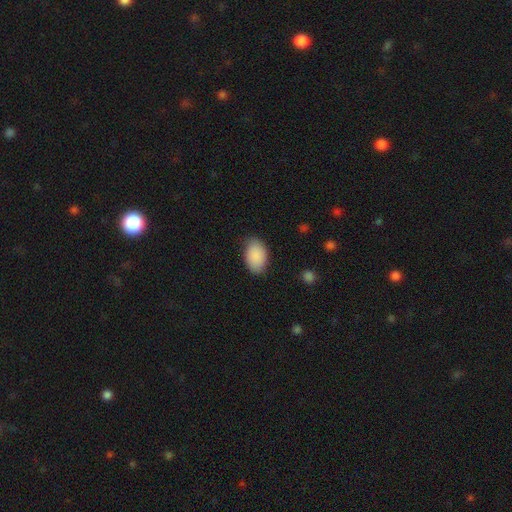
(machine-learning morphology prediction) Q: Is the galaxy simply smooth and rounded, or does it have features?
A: smooth — 90%.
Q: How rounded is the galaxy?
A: in between — 91%.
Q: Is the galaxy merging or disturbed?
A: none — 82%.